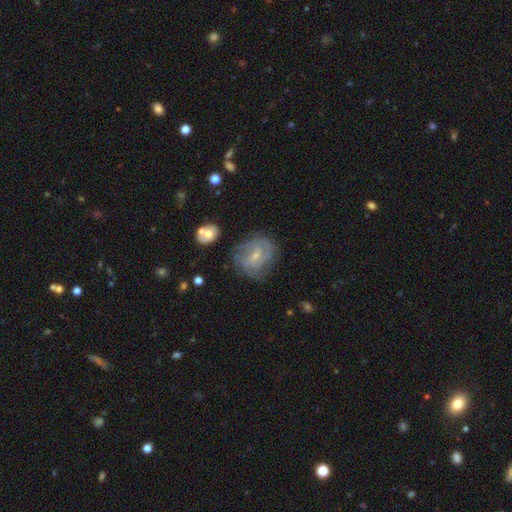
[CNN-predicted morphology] type=featured or disk (71%); edge-on=no (97%); bar=weak (50%); spiral arms=yes (83%); winding=tight (49%); arm count=can't tell (45%); bulge=small (69%); merging=none (65%).